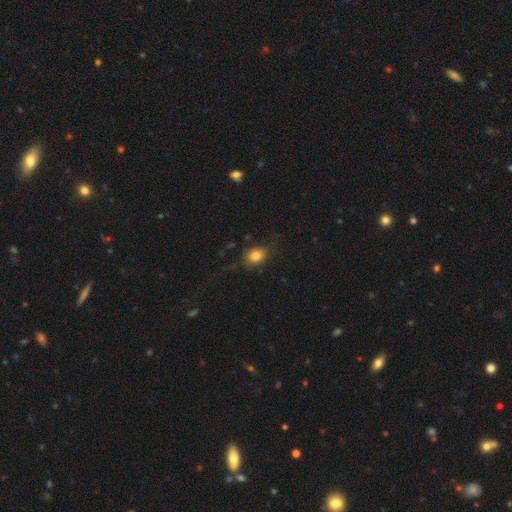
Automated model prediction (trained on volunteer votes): Smooth or featured? Predicted: smooth (p=0.82). How rounded? Predicted: in between (p=0.59). Merging? Predicted: none (p=0.76).